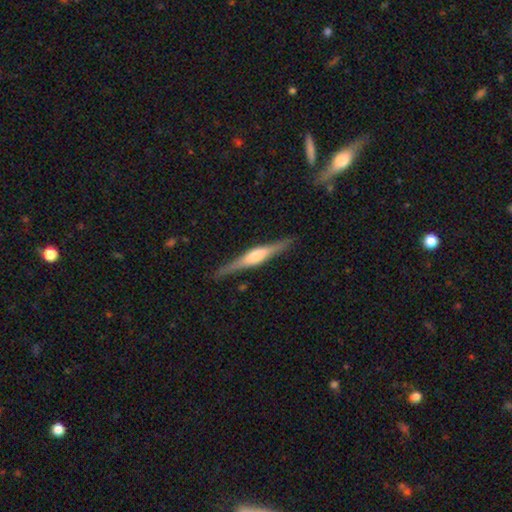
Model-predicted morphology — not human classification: Smooth or featured?
  - featured or disk: 74% *
  - smooth: 20%
  - star or artifact: 5%
Edge-on disk?
  - yes: 98% *
  - no: 2%
Edge-on bulge?
  - rounded: 73% *
  - boxy: 21%
  - none: 6%
Merging?
  - none: 89% *
  - minor disturbance: 8%
  - major disturbance: 2%
  - merger: 1%